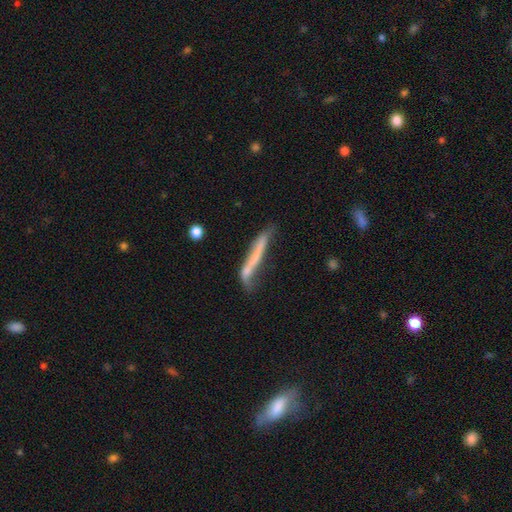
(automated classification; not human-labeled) Smooth or featured? smooth (50%)
Merging? none (42%)